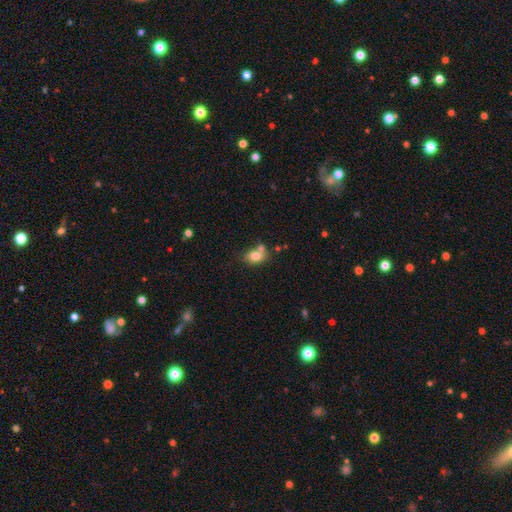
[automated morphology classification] Smooth or featured: smooth — 77% (featured or disk — 13%)
How rounded: in between — 73% (round — 26%)
Merging: none — 47% (merger — 32%)